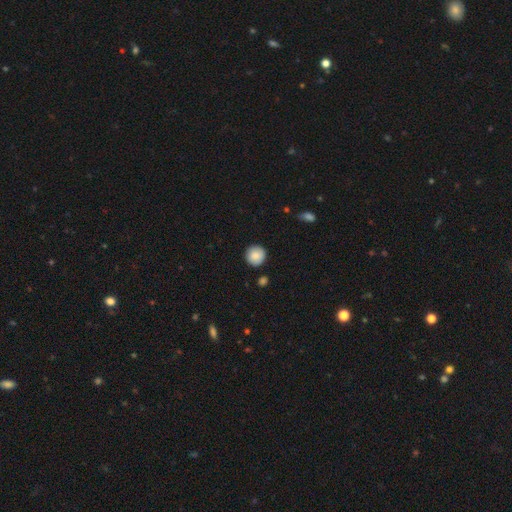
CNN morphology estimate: A smooth galaxy with no disk features (85%) that is round (94%). Merging: none (89%).